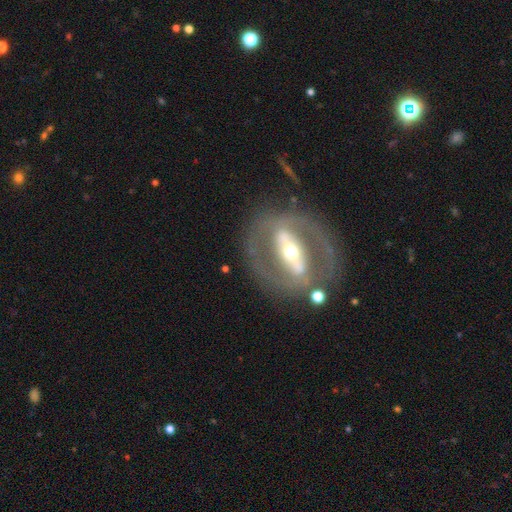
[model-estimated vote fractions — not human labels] This is clearly a featured or disk galaxy (83%). It is clearly not viewed edge-on (89%). Bar: likely strong (67%). Spiral arm pattern: likely yes (60%). Central bulge: possibly moderate (50%). Merging: likely none (73%).